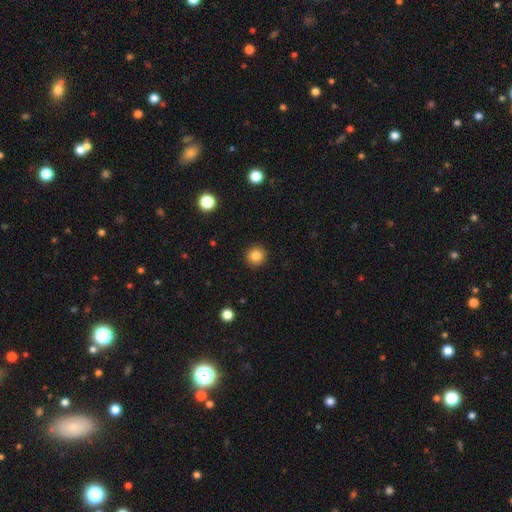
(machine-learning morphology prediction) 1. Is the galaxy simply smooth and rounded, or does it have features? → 83% smooth, 11% star or artifact, 6% featured or disk.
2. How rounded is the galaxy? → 94% round, 5% in between, 1% cigar-shaped.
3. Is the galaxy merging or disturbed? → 93% none, 5% minor disturbance, 2% major disturbance, 1% merger.